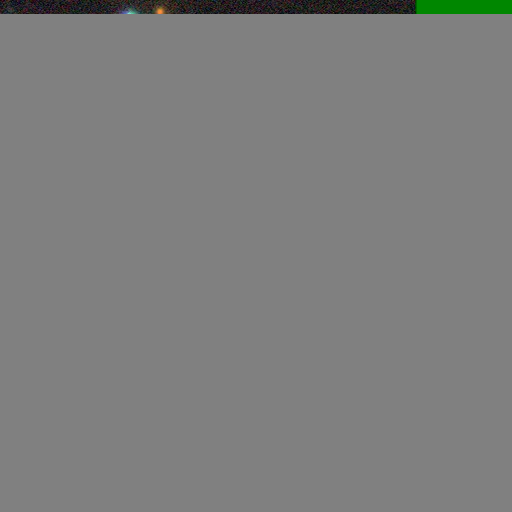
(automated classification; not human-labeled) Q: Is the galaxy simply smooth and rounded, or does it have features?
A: smooth — 87%.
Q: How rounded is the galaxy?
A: in between — 78%.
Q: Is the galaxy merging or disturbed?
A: none — 86%.